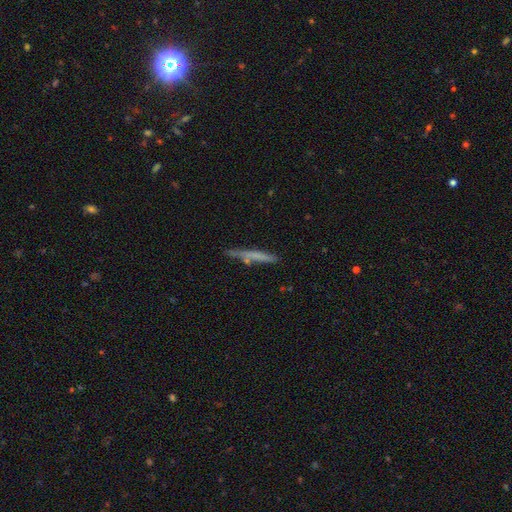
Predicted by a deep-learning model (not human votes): This appears to be a smooth galaxy with no disk features (58%) that is cigar-shaped (95%). Merging: none (73%).